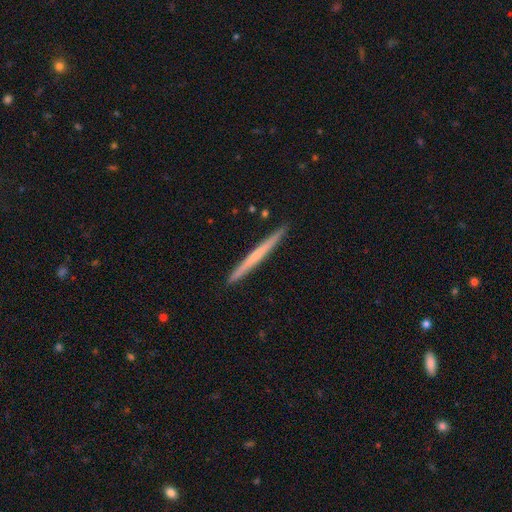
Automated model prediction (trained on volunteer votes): This appears to be a featured or disk galaxy (49%). Merging: none (92%).